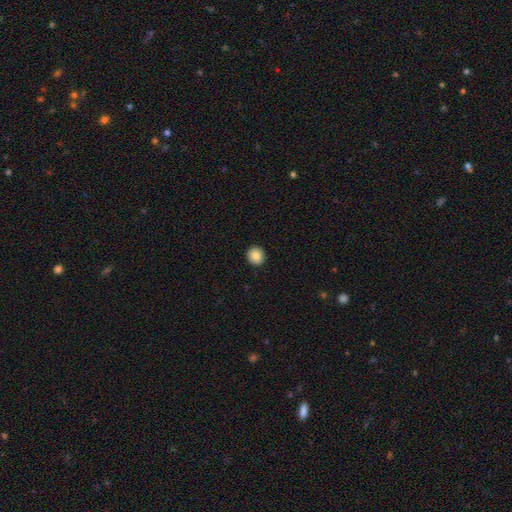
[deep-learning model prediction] smooth 86%, star or artifact 9%, featured or disk 6%. Down the decision tree: how rounded — round (91%); merging — none (93%).